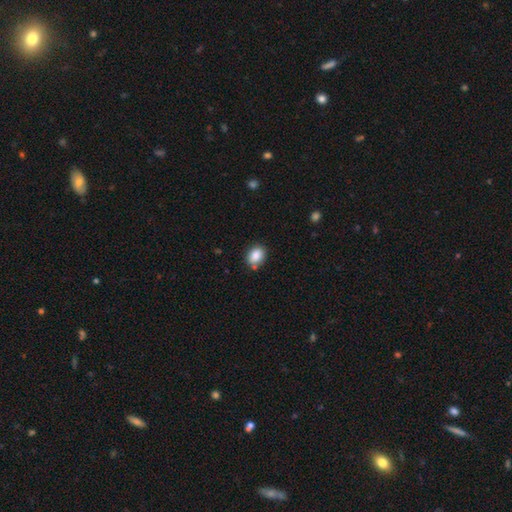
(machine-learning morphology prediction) smooth-or-featured: smooth: 87% | star or artifact: 8% | featured or disk: 5%
  how-rounded: in between: 68% | round: 31% | cigar-shaped: 1%
  merging: none: 76% | minor disturbance: 15% | merger: 6% | major disturbance: 3%